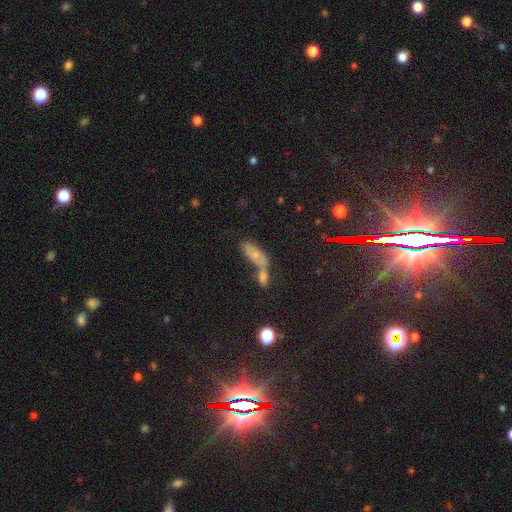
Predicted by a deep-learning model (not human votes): The model was most divided on "merging": merger: 51%, none: 31%, minor disturbance: 11%, major disturbance: 7%. More confident: how rounded — in between (75%); smooth or featured — smooth (53%).